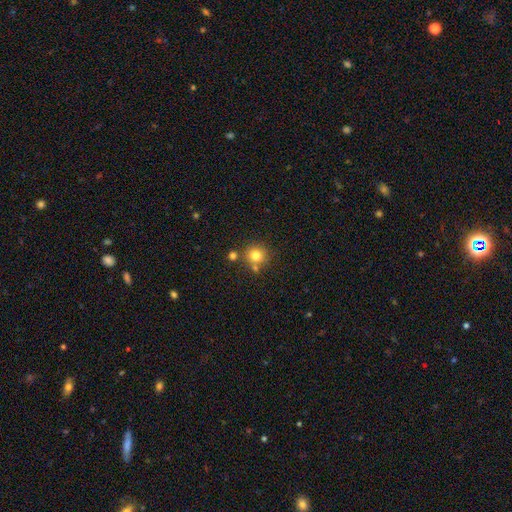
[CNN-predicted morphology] smooth_or_featured: smooth (p=0.79) [alt: star or artifact p=0.13]
how_rounded: round (p=0.91) [alt: in between p=0.08]
merging: none (p=0.72) [alt: merger p=0.16]